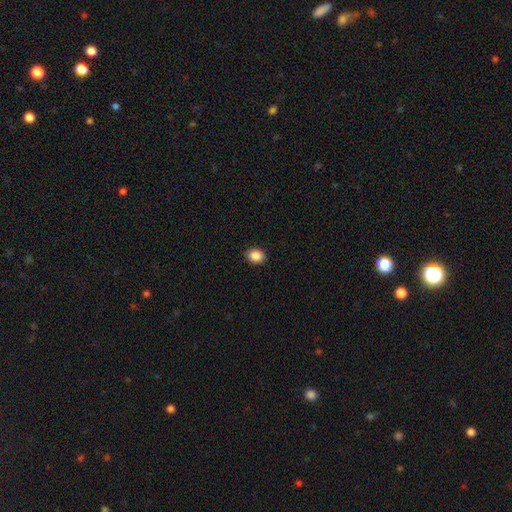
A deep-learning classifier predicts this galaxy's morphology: Smooth or featured? smooth (89%)
How rounded? in between (52%)
Merging? none (90%)